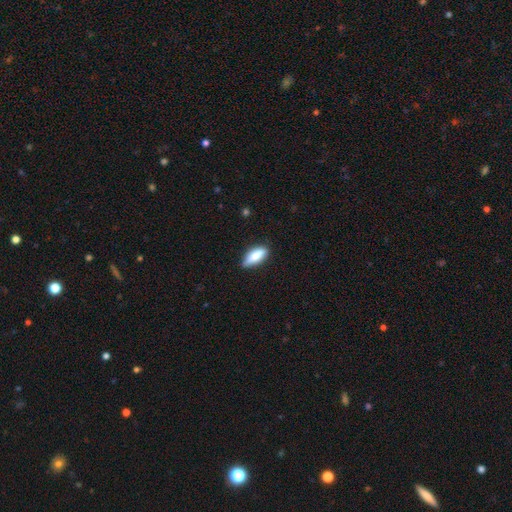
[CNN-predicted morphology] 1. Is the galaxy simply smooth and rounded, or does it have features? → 75% smooth, 18% featured or disk, 7% star or artifact.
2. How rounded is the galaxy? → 75% in between, 23% cigar-shaped, 3% round.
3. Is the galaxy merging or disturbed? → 76% none, 19% minor disturbance, 3% major disturbance, 1% merger.